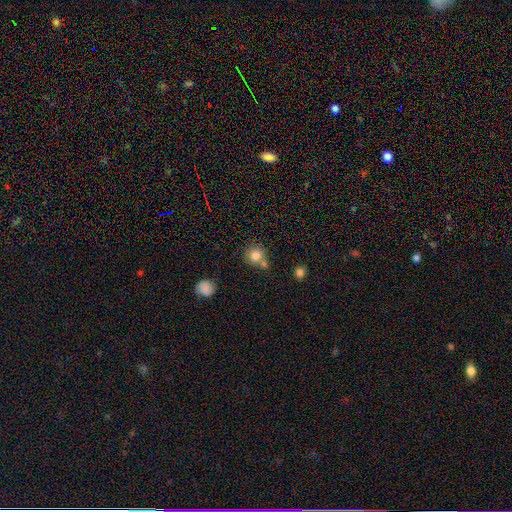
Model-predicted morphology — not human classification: Q: Smooth or featured?
A: smooth (81%); runner-up: star or artifact (11%)
Q: How rounded?
A: round (89%); runner-up: in between (10%)
Q: Merging?
A: none (58%); runner-up: merger (28%)